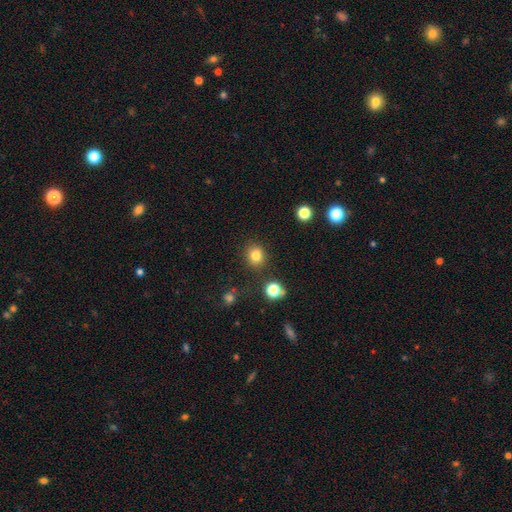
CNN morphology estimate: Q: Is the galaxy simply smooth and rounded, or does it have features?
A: smooth — 81%.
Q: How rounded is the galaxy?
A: round — 82%.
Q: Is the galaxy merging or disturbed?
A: none — 86%.